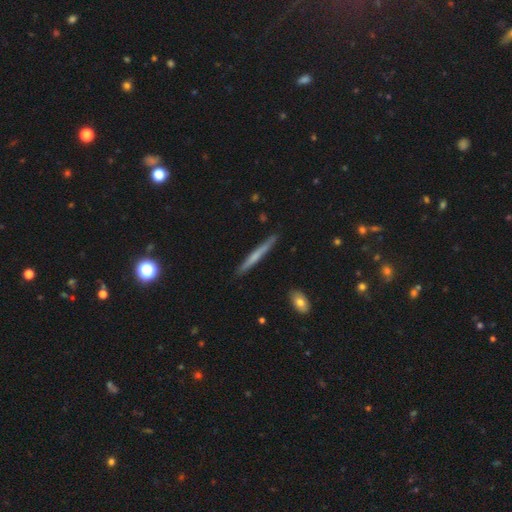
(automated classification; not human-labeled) Q: Smooth or featured?
A: smooth (50%); runner-up: featured or disk (44%)
Q: Merging?
A: none (88%); runner-up: minor disturbance (9%)